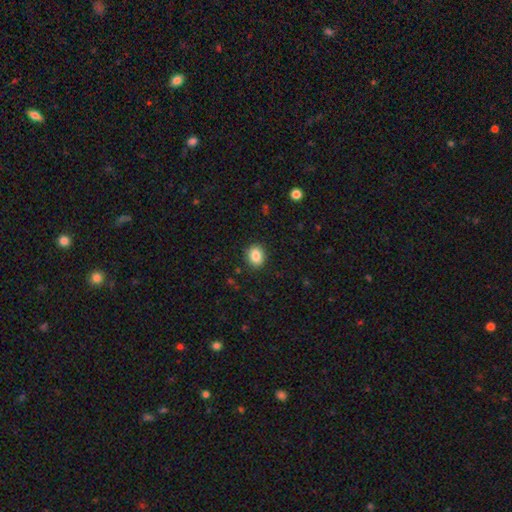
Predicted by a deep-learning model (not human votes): smooth-or-featured: smooth: 86% | star or artifact: 9% | featured or disk: 5%
  how-rounded: round: 51% | in between: 48% | cigar-shaped: 1%
  merging: none: 89% | minor disturbance: 7% | major disturbance: 2% | merger: 1%